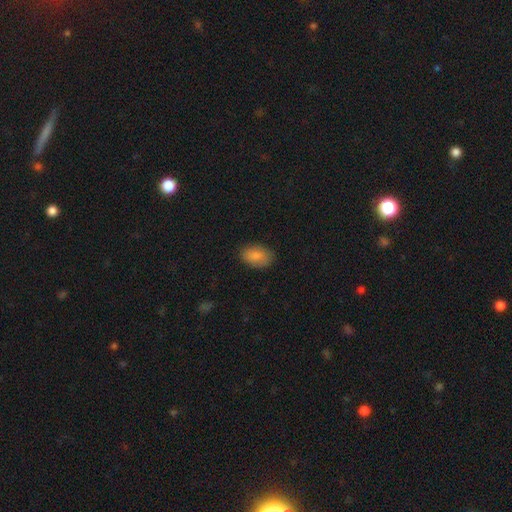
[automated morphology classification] A smooth galaxy with no disk features (86%) that is in between round and cigar-shaped (89%). Merging: none (81%).